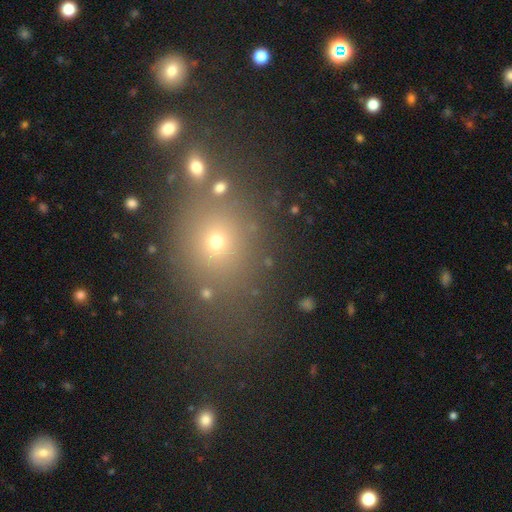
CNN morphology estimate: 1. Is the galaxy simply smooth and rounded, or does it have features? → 54% smooth, 35% star or artifact, 11% featured or disk.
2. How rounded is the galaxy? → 54% round, 44% in between, 2% cigar-shaped.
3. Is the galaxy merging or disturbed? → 79% none, 10% minor disturbance, 6% merger, 5% major disturbance.